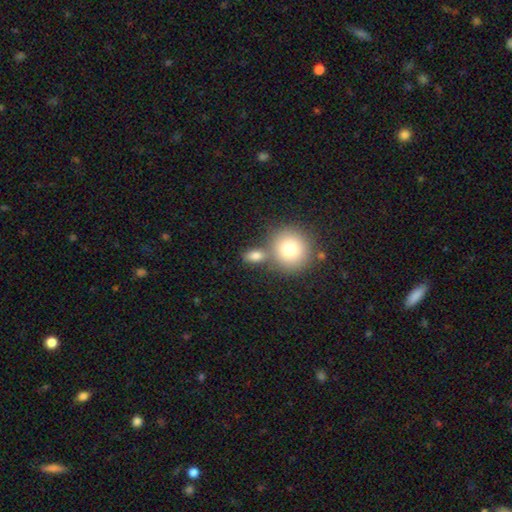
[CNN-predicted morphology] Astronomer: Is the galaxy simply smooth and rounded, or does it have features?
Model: smooth — 81%.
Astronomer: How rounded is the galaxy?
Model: in between — 60% (runner-up: round, 36%).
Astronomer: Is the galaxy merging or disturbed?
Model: none — 57%.